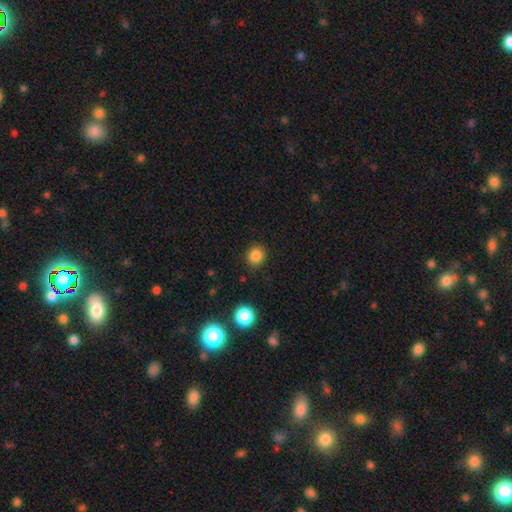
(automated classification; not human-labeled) This is clearly a smooth galaxy (84%). How rounded: clearly round (86%). Merging: clearly none (90%).